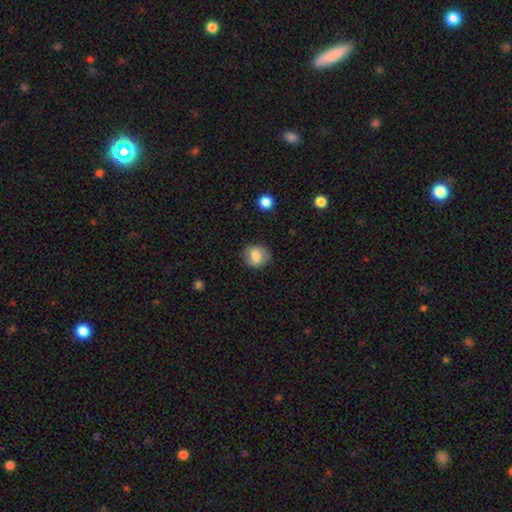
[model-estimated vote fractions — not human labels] Smooth or featured: smooth — 82% (featured or disk — 10%)
How rounded: round — 75% (in between — 24%)
Merging: none — 81% (minor disturbance — 14%)